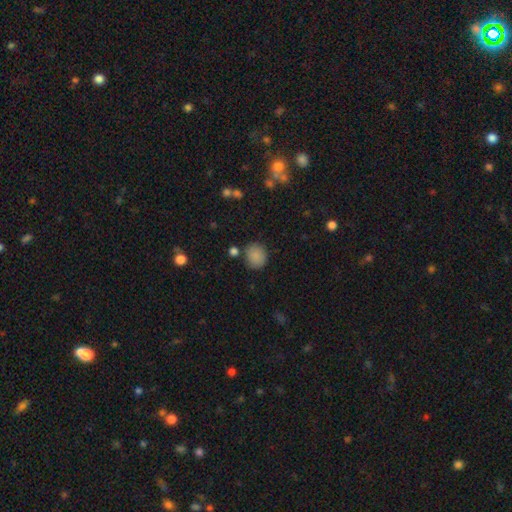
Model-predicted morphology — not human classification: Q: Smooth or featured?
A: smooth (86%); runner-up: star or artifact (9%)
Q: How rounded?
A: round (74%); runner-up: in between (26%)
Q: Merging?
A: none (81%); runner-up: minor disturbance (11%)